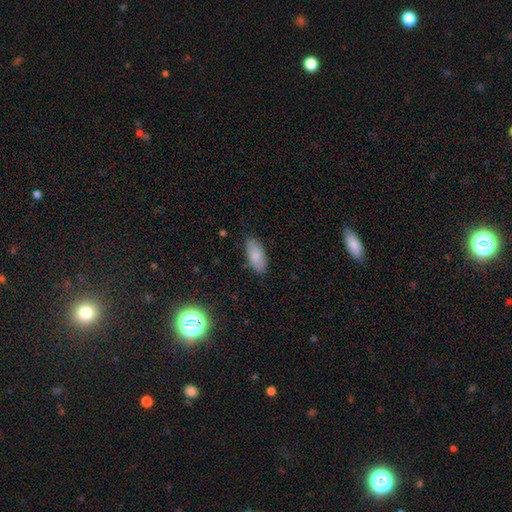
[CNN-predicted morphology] smooth_or_featured: smooth (p=0.82) [alt: featured or disk p=0.11]
how_rounded: in between (p=0.90) [alt: cigar-shaped p=0.08]
merging: none (p=0.81) [alt: minor disturbance p=0.15]